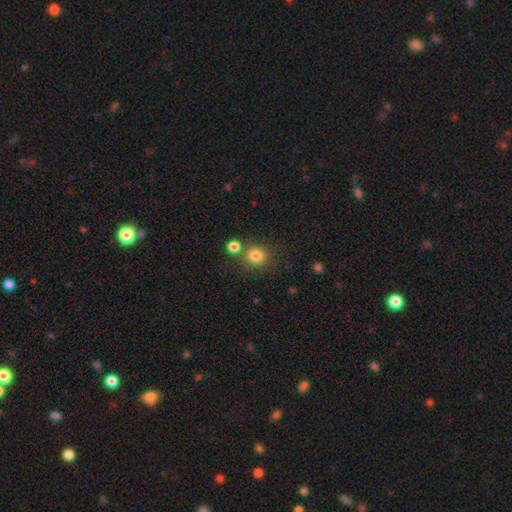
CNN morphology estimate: Smooth or featured?
  - smooth: 81% *
  - star or artifact: 13%
  - featured or disk: 6%
How rounded?
  - round: 88% *
  - in between: 11%
  - cigar-shaped: 1%
Merging?
  - none: 73% *
  - merger: 14%
  - minor disturbance: 9%
  - major disturbance: 3%